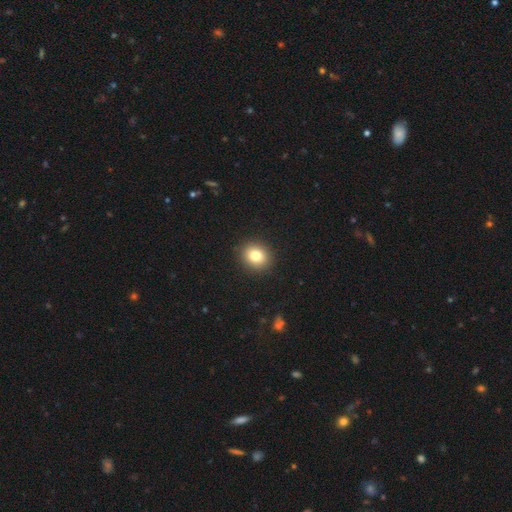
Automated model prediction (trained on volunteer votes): Overall: smooth (81%). How rounded: round (72%). Merging: none (91%).